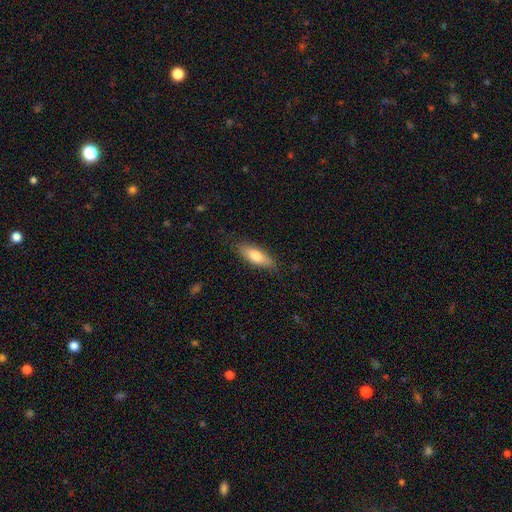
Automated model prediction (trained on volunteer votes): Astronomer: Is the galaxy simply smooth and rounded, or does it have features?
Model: smooth — 75%.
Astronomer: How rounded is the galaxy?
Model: in between — 62%.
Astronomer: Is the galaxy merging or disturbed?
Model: none — 81%.